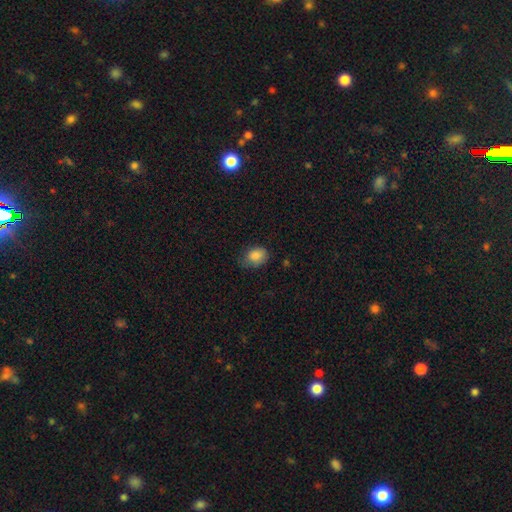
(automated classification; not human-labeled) Q: Smooth or featured?
A: smooth (86%); runner-up: star or artifact (8%)
Q: How rounded?
A: in between (70%); runner-up: round (29%)
Q: Merging?
A: none (60%); runner-up: minor disturbance (31%)